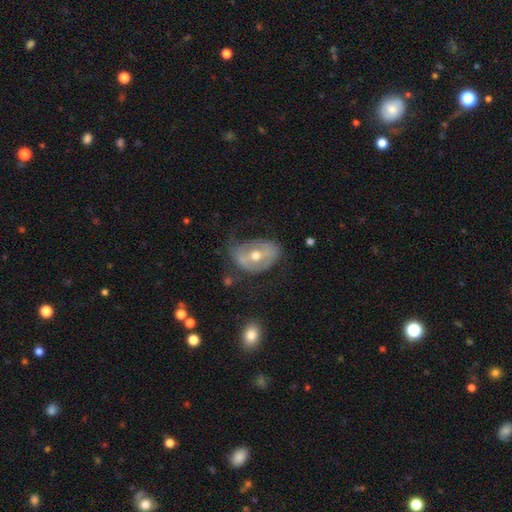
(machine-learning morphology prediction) Smooth or featured? featured or disk (64%)
Edge-on disk? no (93%)
Bar? no (39%)
Spiral arms? no (55%)
Bulge size? moderate (71%)
Merging? none (45%)